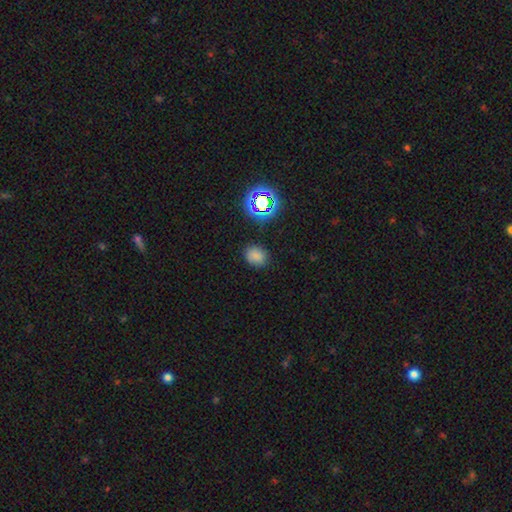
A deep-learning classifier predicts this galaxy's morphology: type=smooth (77%); roundness=round (52%); merging=none (85%).